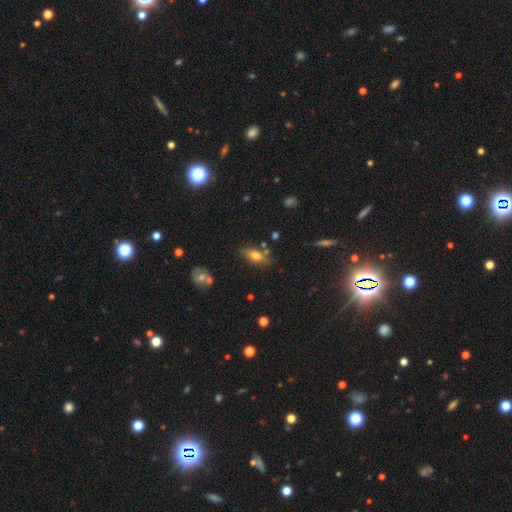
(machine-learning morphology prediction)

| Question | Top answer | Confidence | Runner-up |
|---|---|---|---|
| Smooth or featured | smooth | 58% | featured or disk (32%) |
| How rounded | in between | 68% | cigar-shaped (28%) |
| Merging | none | 74% | minor disturbance (15%) |